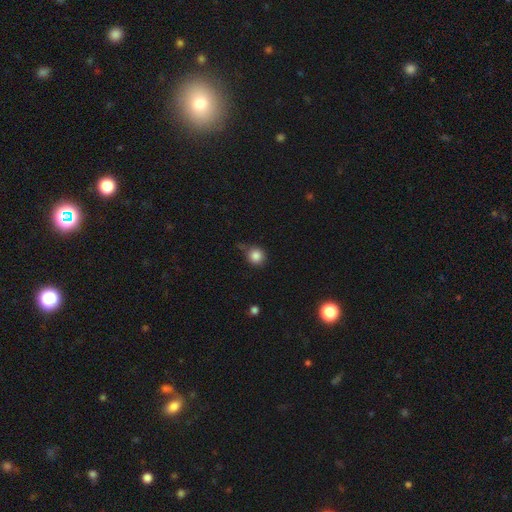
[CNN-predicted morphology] type=smooth (85%); roundness=round (91%); merging=none (64%).